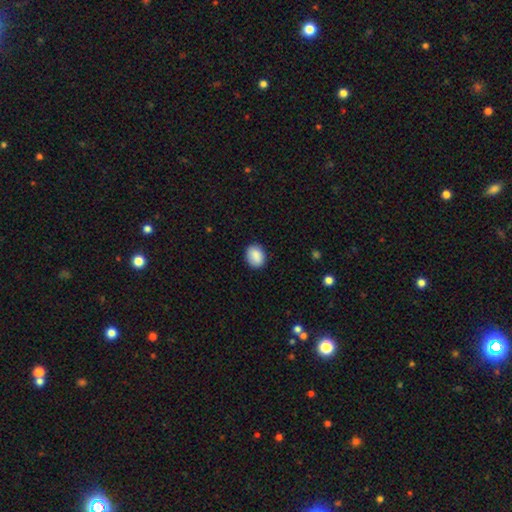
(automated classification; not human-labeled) Smooth or featured? Predicted: smooth (p=0.88). How rounded? Predicted: in between (p=0.50). Merging? Predicted: none (p=0.87).